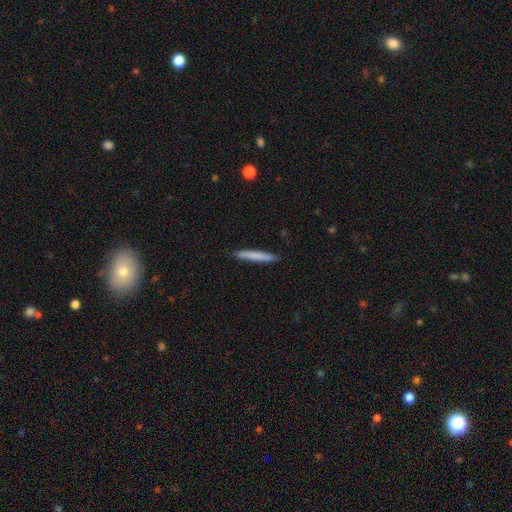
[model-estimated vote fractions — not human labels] A smooth galaxy with no disk features (73%) that is cigar-shaped (96%).

Vote fractions:
- Smooth or featured? smooth: 73% / featured or disk: 21% / star or artifact: 6%
- How rounded? cigar-shaped: 96% / in between: 3% / round: 1%
- Merging? none: 89% / minor disturbance: 9% / major disturbance: 2% / merger: 1%